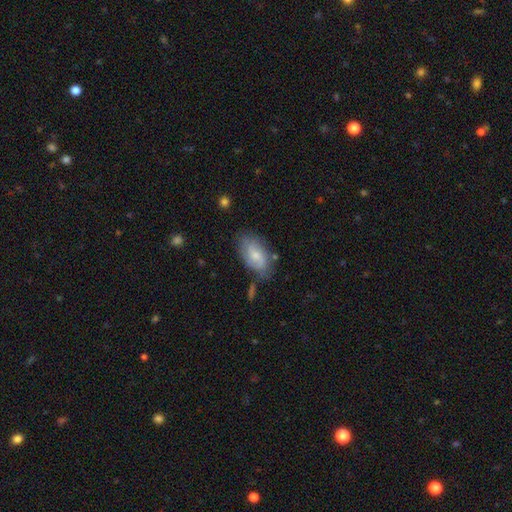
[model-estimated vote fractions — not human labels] smooth-or-featured: smooth: 55% | featured or disk: 38% | star or artifact: 7%
  how-rounded: in between: 92% | round: 5% | cigar-shaped: 3%
  merging: none: 66% | minor disturbance: 23% | major disturbance: 6% | merger: 5%